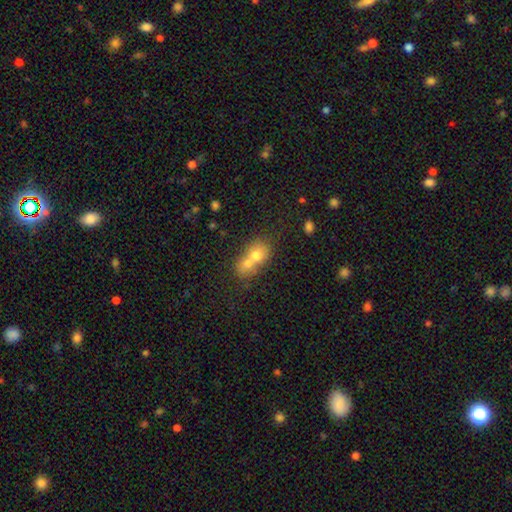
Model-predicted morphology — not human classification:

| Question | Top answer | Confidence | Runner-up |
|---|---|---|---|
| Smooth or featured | smooth | 67% | featured or disk (22%) |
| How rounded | in between | 49% | tied: round (49%) |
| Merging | merger | 73% | none (18%) |